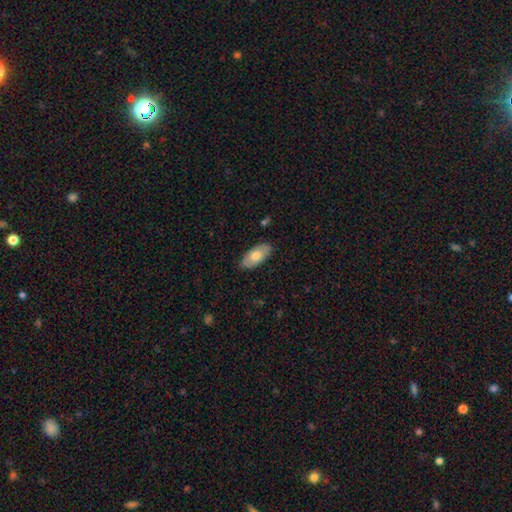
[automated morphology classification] Q: Smooth or featured?
A: smooth (68%); runner-up: featured or disk (27%)
Q: How rounded?
A: in between (93%); runner-up: cigar-shaped (4%)
Q: Merging?
A: none (85%); runner-up: minor disturbance (12%)